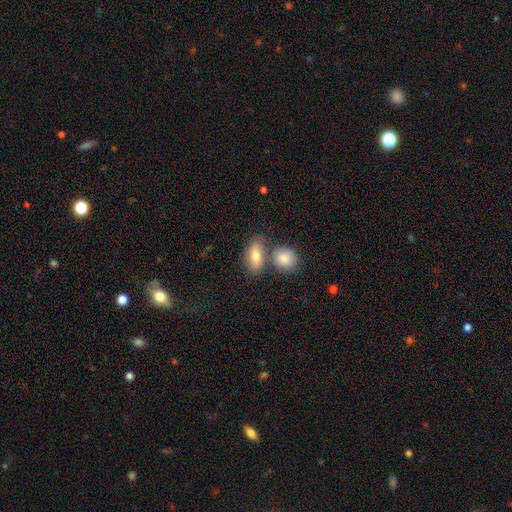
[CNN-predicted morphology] smooth_or_featured: smooth (p=0.78) [alt: featured or disk p=0.16]
how_rounded: in between (p=0.84) [alt: round p=0.09]
merging: none (p=0.56) [alt: merger p=0.29]